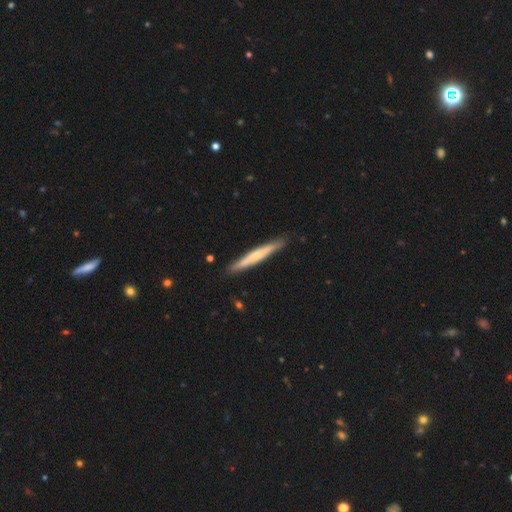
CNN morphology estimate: The model was most divided on "smooth or featured": featured or disk: 50%, smooth: 45%, star or artifact: 5%. More confident: merging — none (88%).